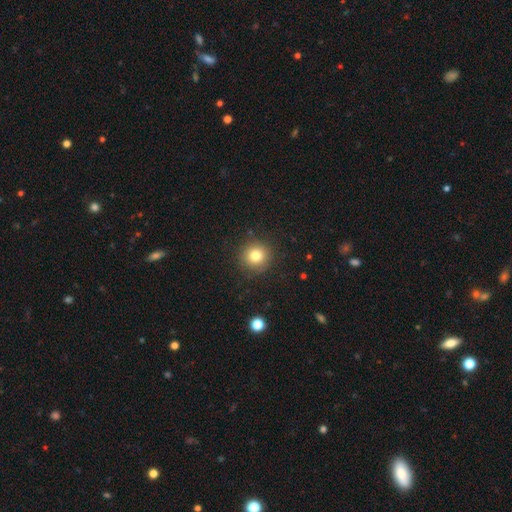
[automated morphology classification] Smooth or featured?
  - smooth: 80% *
  - star or artifact: 12%
  - featured or disk: 8%
How rounded?
  - round: 94% *
  - in between: 5%
  - cigar-shaped: 1%
Merging?
  - none: 89% *
  - minor disturbance: 7%
  - major disturbance: 3%
  - merger: 1%